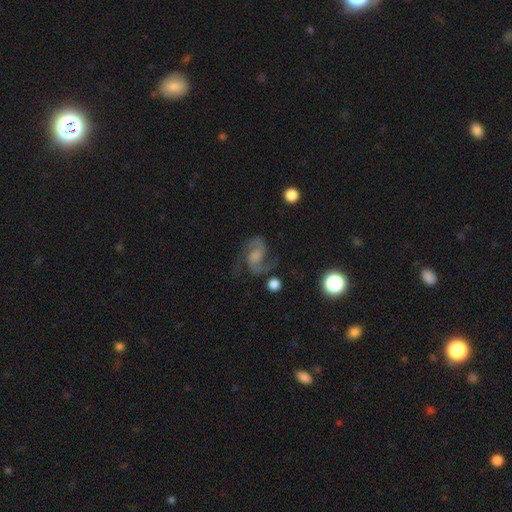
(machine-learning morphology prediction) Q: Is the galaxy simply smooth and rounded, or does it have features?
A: featured or disk — 83%.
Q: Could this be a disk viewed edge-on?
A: no — 98%.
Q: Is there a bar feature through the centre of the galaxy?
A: no — 48%.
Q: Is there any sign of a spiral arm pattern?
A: yes — 96%.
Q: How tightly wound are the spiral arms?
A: medium — 54%.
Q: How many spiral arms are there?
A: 2 — 92%.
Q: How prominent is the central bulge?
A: none — 35%.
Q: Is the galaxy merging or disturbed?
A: none — 65%.